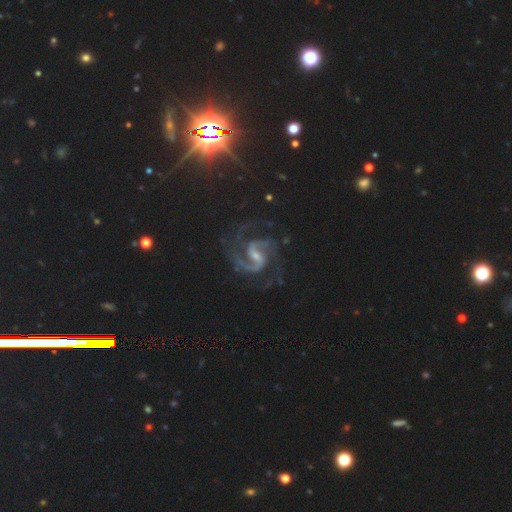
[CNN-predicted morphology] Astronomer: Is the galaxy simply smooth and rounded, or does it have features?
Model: featured or disk — 90%.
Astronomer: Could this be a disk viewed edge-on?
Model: no — 98%.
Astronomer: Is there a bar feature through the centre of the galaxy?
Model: weak — 53%.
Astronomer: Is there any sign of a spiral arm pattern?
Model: yes — 99%.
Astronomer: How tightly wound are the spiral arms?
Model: medium — 65%.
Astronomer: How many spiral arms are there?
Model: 2 — 90%.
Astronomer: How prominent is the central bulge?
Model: small — 65%.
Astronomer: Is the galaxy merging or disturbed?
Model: none — 72%.